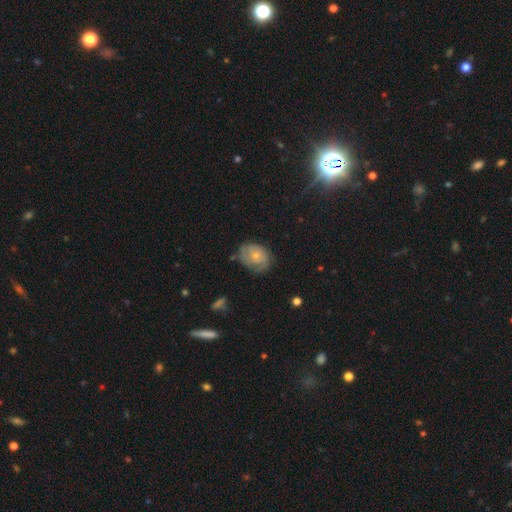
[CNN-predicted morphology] Smooth or featured? featured or disk (51%)
Edge-on disk? no (97%)
Merging? none (58%)